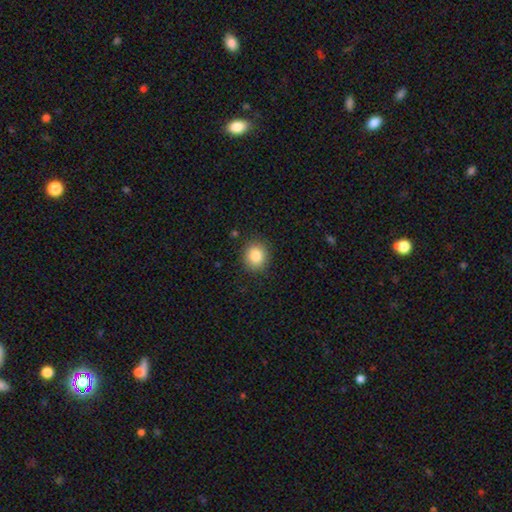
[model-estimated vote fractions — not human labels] A smooth galaxy with no disk features (83%) that is round (85%). Merging: none (89%).